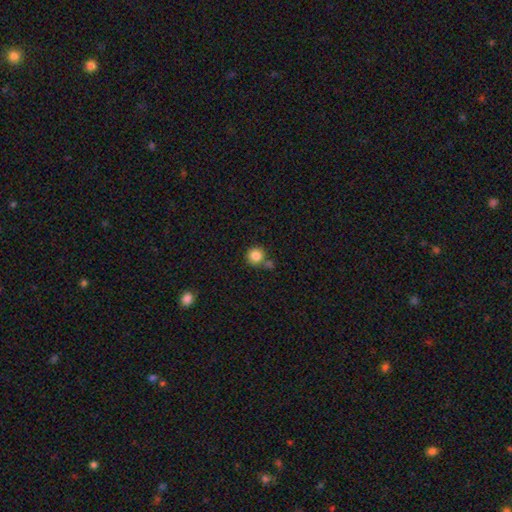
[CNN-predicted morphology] The model was most divided on "merging": none: 66%, merger: 19%, minor disturbance: 11%, major disturbance: 3%. More confident: how rounded — round (92%); smooth or featured — smooth (84%).